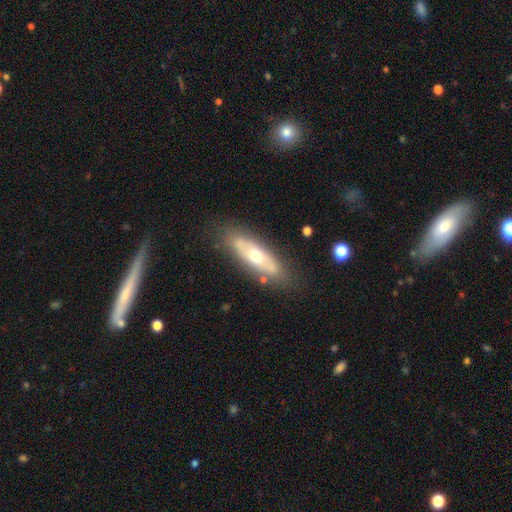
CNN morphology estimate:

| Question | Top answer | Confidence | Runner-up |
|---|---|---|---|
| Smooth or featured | featured or disk | 54% | smooth (40%) |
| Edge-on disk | no | 66% | yes (34%) |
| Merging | none | 79% | minor disturbance (14%) |